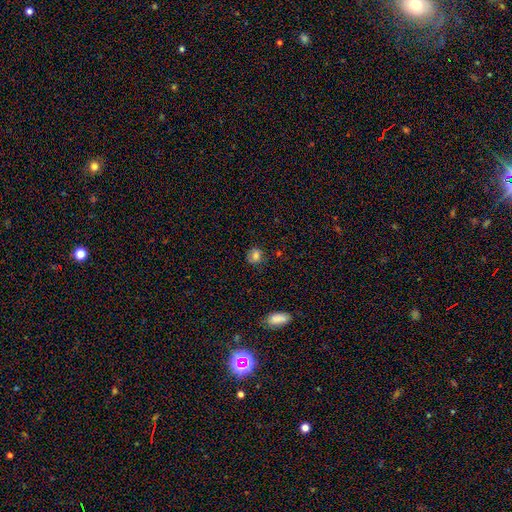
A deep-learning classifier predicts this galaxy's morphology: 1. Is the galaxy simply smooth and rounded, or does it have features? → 77% smooth, 14% star or artifact, 8% featured or disk.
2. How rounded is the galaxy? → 74% round, 25% in between, 1% cigar-shaped.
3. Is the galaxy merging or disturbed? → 76% none, 17% minor disturbance, 4% major disturbance, 3% merger.